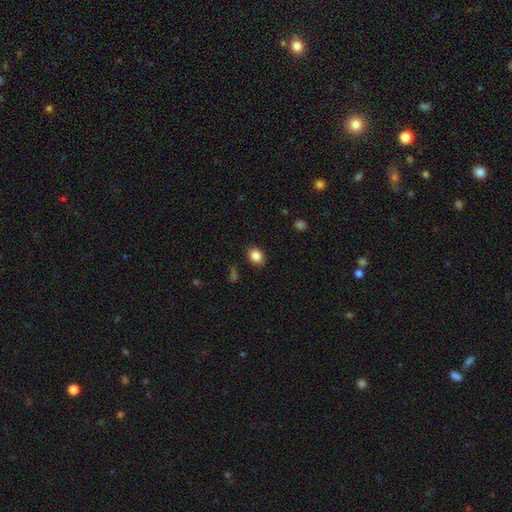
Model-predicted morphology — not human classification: Q: Smooth or featured?
A: smooth (85%); runner-up: star or artifact (9%)
Q: How rounded?
A: in between (59%); runner-up: round (40%)
Q: Merging?
A: none (88%); runner-up: minor disturbance (9%)